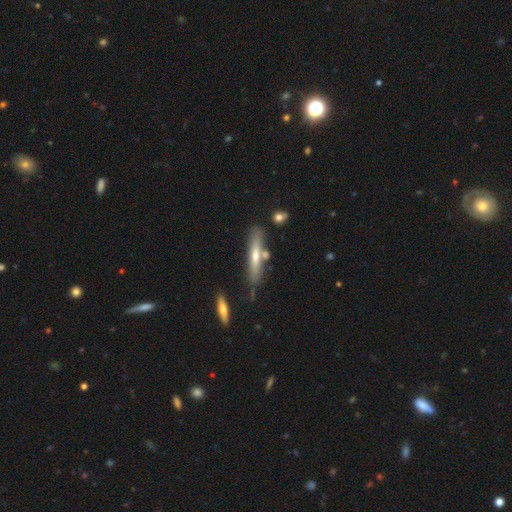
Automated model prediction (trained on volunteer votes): A smooth galaxy with no disk features (49%).

Vote fractions:
- Smooth or featured? smooth: 49% / featured or disk: 44% / star or artifact: 7%
- Merging? none: 76% / minor disturbance: 13% / merger: 8% / major disturbance: 3%